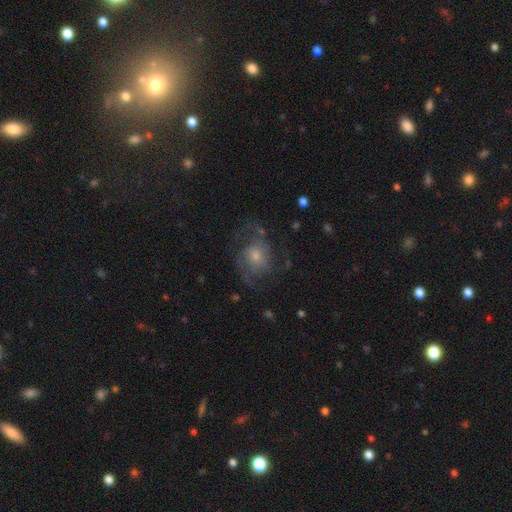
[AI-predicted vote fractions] Smooth or featured? featured or disk (73%)
Edge-on disk? no (97%)
Bar? no (69%)
Spiral arms? yes (90%)
Spiral winding? medium (51%)
Spiral arm count? 2 (55%)
Bulge size? moderate (43%, tied with small)
Merging? none (63%)